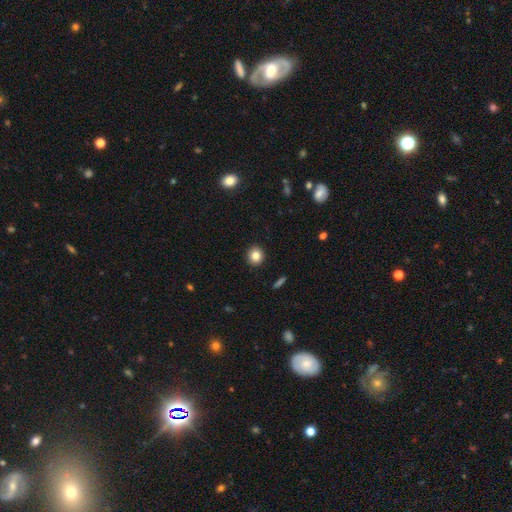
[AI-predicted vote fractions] A smooth galaxy with no disk features (83%) that is round (88%). Merging: none (93%).